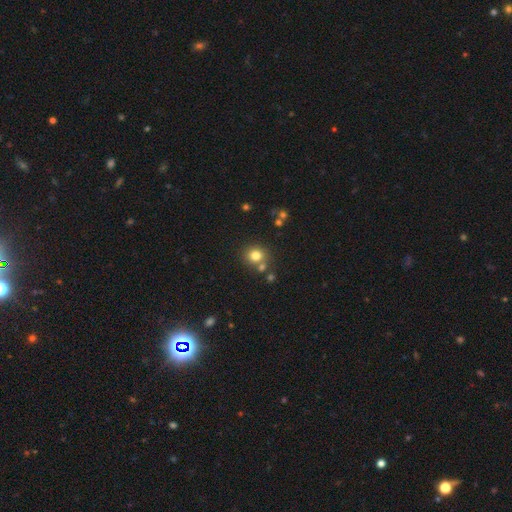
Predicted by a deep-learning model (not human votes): Morphology: type=smooth (78%); roundness=round (85%); merging=none (70%).